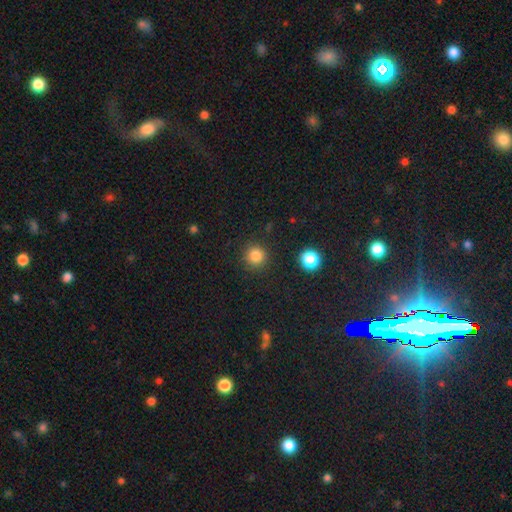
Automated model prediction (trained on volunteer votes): Smooth or featured? Predicted: smooth (p=0.83). How rounded? Predicted: round (p=0.94). Merging? Predicted: none (p=0.90).